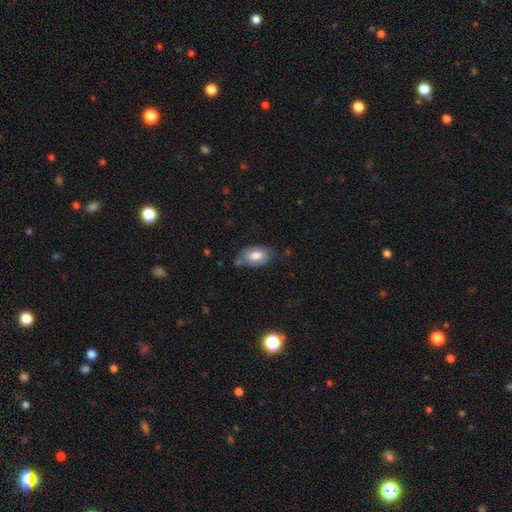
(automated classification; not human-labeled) Q: Smooth or featured?
A: smooth (78%); runner-up: featured or disk (16%)
Q: How rounded?
A: in between (93%); runner-up: round (6%)
Q: Merging?
A: none (61%); runner-up: minor disturbance (27%)